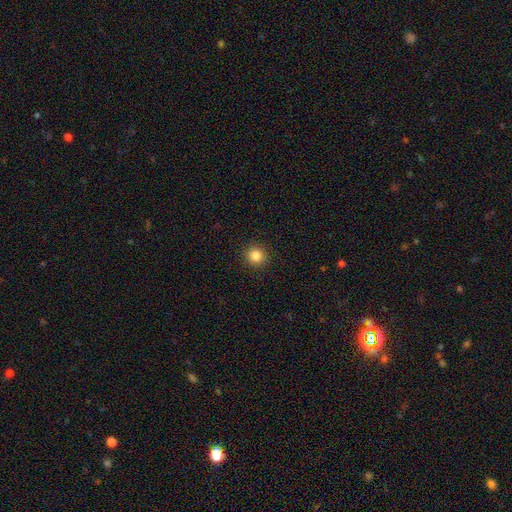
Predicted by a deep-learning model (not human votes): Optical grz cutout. It shows a smooth galaxy with no disk features (83%) that is round (94%). Merging: none (93%).